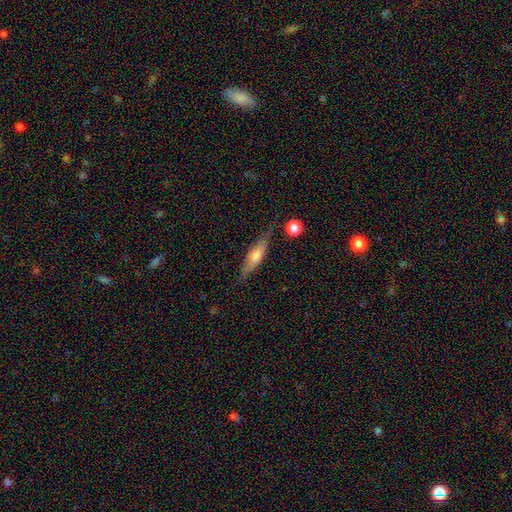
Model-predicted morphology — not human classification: This appears to be a featured or disk galaxy (48%). Merging: none (75%).